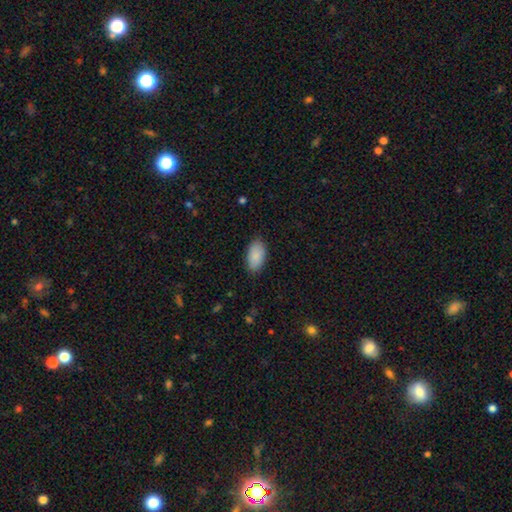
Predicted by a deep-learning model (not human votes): Smooth or featured: smooth — 89% (star or artifact — 6%)
How rounded: in between — 95% (round — 3%)
Merging: none — 85% (minor disturbance — 11%)